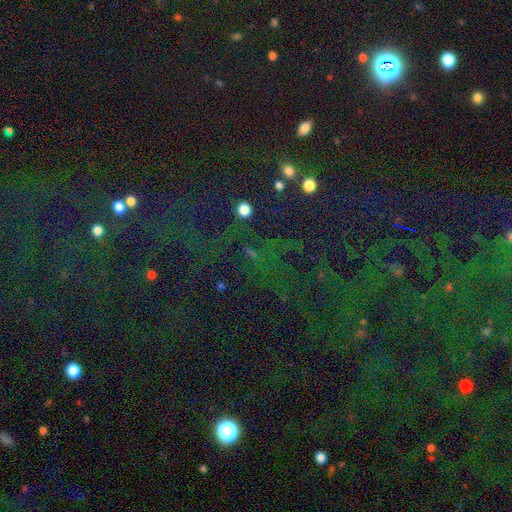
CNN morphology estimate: star or artifact 79%, smooth 14%, featured or disk 8%.